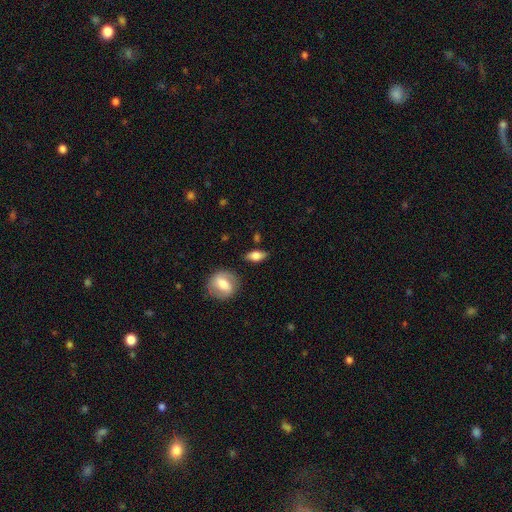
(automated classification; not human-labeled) A smooth galaxy with no disk features (74%) that is in between round and cigar-shaped (79%). Merging: none (77%).